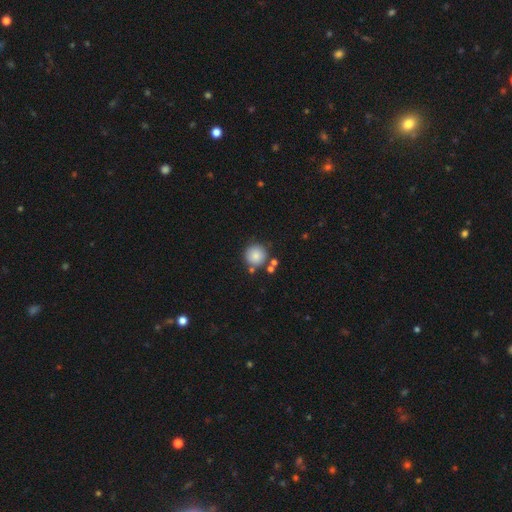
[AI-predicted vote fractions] A smooth galaxy with no disk features (84%) that is round (95%).

Vote fractions:
- Smooth or featured? smooth: 84% / star or artifact: 9% / featured or disk: 7%
- How rounded? round: 95% / in between: 4% / cigar-shaped: 1%
- Merging? none: 77% / minor disturbance: 10% / merger: 9% / major disturbance: 3%